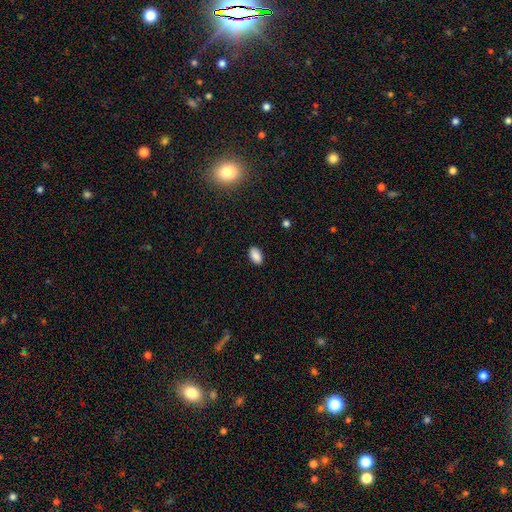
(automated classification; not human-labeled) The model was most divided on "merging": none: 88%, minor disturbance: 9%, major disturbance: 2%, merger: 1%. More confident: how rounded — in between (93%); smooth or featured — smooth (88%).